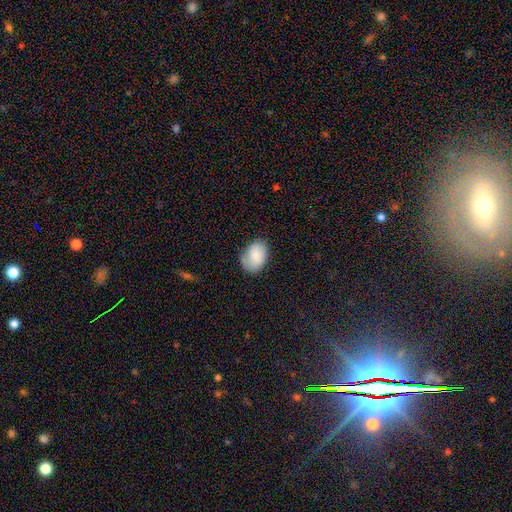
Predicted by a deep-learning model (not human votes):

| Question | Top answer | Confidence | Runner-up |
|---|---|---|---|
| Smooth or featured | smooth | 78% | featured or disk (14%) |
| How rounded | in between | 76% | round (23%) |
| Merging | none | 65% | minor disturbance (26%) |